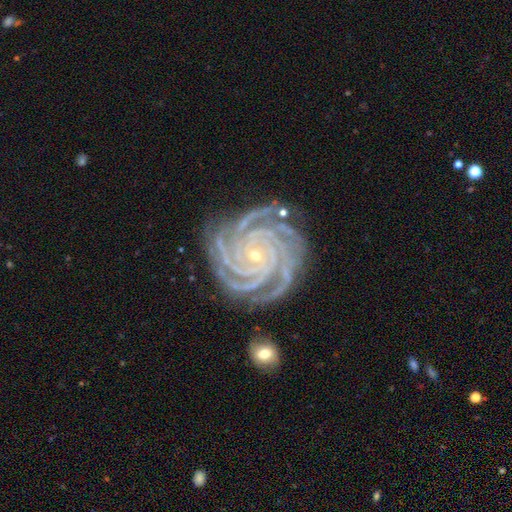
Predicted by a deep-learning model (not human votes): Morphology: type=featured or disk (93%); edge-on=no (98%); bar=no (68%); spiral arms=yes (99%); winding=tight (86%); arm count=4 (36%); bulge=small (84%); merging=none (81%).